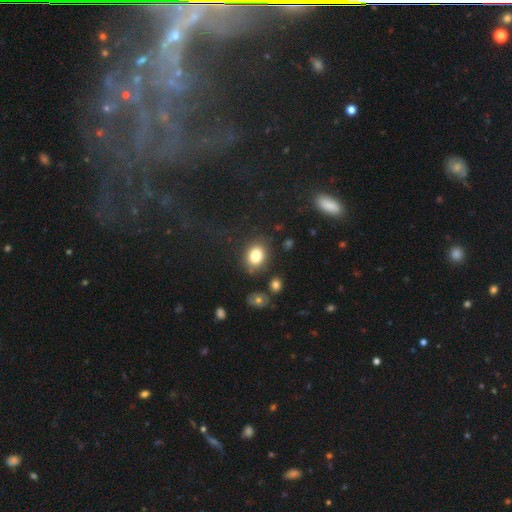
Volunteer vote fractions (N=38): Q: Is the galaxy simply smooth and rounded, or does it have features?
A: smooth — 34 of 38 (89%).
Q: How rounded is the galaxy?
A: round — 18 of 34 (53%).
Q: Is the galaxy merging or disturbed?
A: none — 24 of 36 (67%).